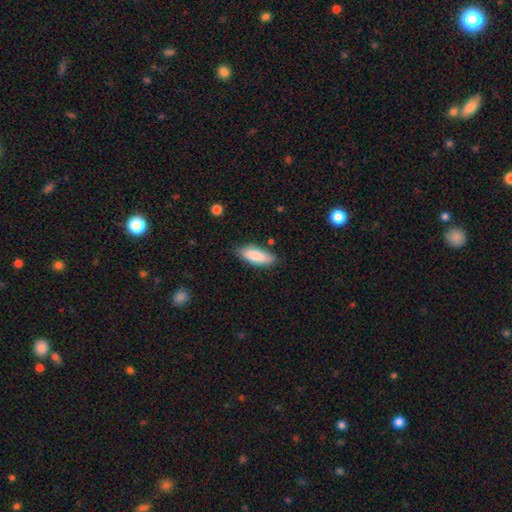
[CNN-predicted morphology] Smooth or featured? smooth (86%)
How rounded? in between (70%)
Merging? none (80%)